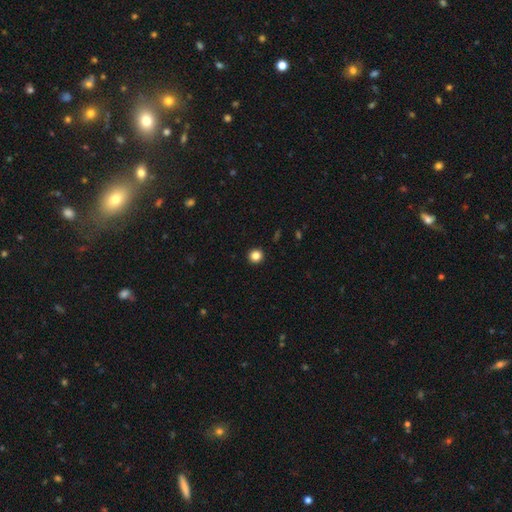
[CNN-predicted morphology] A smooth galaxy with no disk features (84%) that is round (94%). Merging: none (94%).